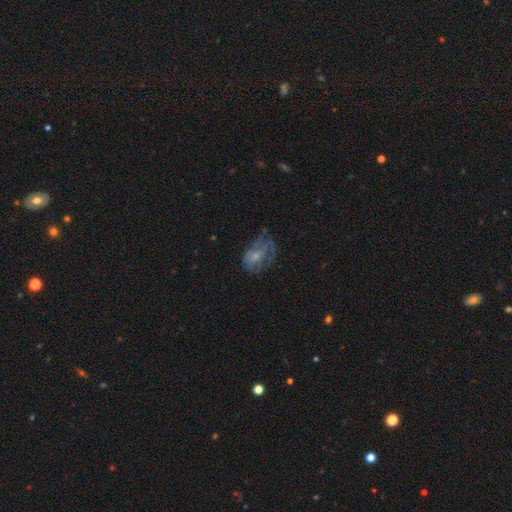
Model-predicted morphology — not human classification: Smooth or featured? featured or disk (52%)
Edge-on disk? no (96%)
Merging? none (36%)